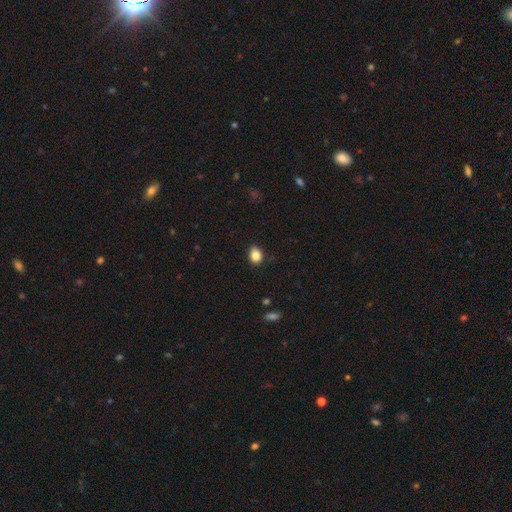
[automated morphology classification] A smooth galaxy with no disk features (84%) that is in between round and cigar-shaped (59%). Merging: none (80%).